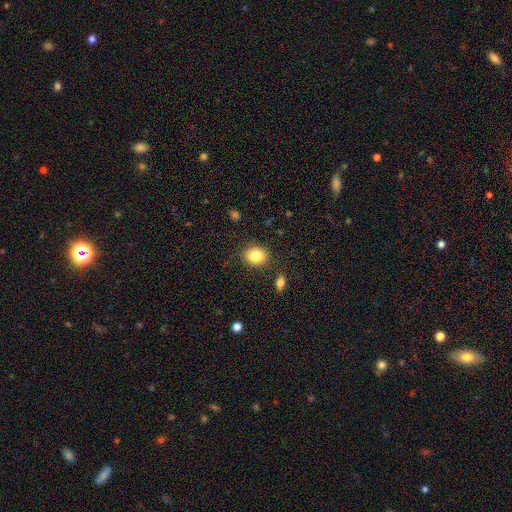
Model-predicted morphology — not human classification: smooth-or-featured: smooth: 84% | star or artifact: 9% | featured or disk: 7%
  how-rounded: round: 61% | in between: 38% | cigar-shaped: 1%
  merging: none: 86% | minor disturbance: 9% | major disturbance: 3% | merger: 2%